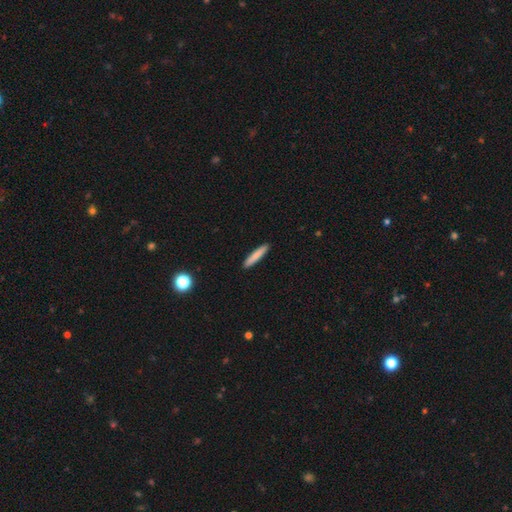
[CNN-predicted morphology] smooth 82%, featured or disk 12%, star or artifact 6%. Down the decision tree: how rounded — cigar-shaped (92%); merging — none (92%).